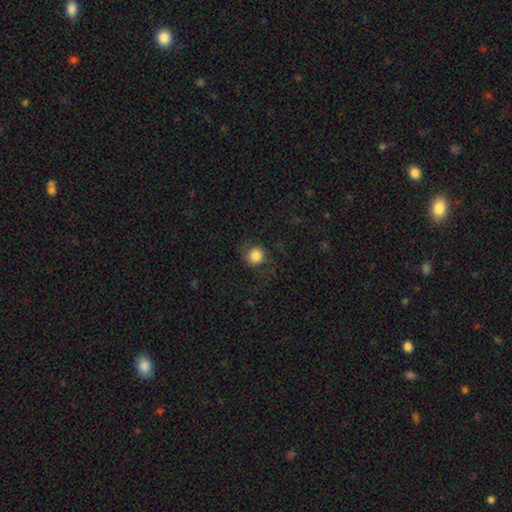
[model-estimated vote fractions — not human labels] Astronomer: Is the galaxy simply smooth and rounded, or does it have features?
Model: smooth — 77%.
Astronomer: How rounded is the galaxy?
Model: round — 88%.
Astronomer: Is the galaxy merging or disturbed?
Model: none — 69%.